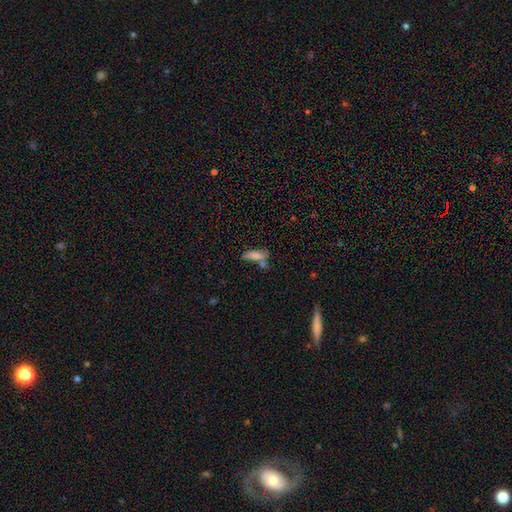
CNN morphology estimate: Smooth or featured? smooth (72%)
How rounded? in between (50%)
Merging? none (47%)